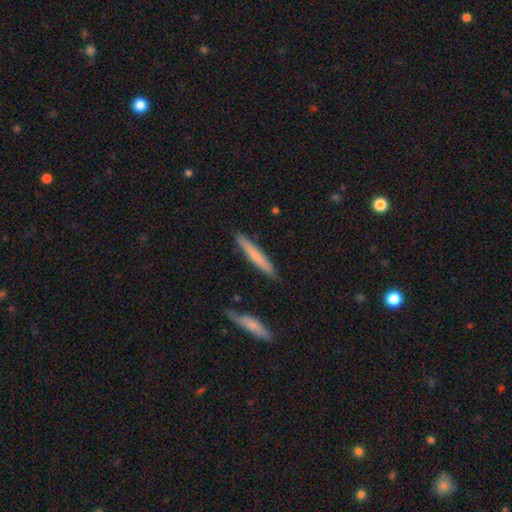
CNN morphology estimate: Smooth or featured? Predicted: smooth (p=0.61). How rounded? Predicted: cigar-shaped (p=0.94). Merging? Predicted: none (p=0.85).